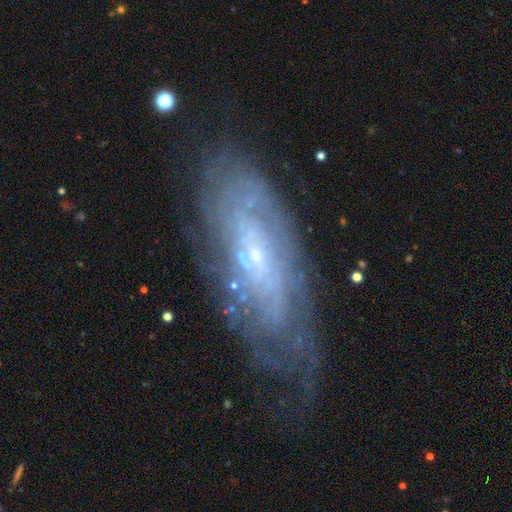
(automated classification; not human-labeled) Smooth or featured? Predicted: featured or disk (p=0.79). Edge-on disk? Predicted: no (p=0.87). Bar? Predicted: no (p=0.67). Spiral arms? Predicted: yes (p=0.85). Spiral winding? Predicted: tight (p=0.70). Spiral arm count? Predicted: can't tell (p=0.62). Bulge size? Predicted: small (p=0.84). Merging? Predicted: none (p=0.68).